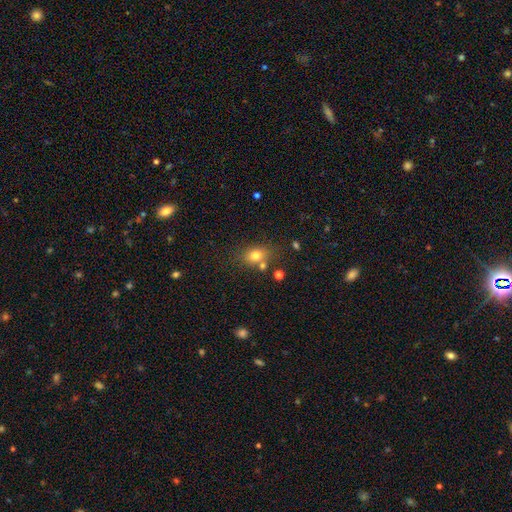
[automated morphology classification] Overall: smooth (76%). How rounded: in between (58%; round 40%). Merging: none (66%).